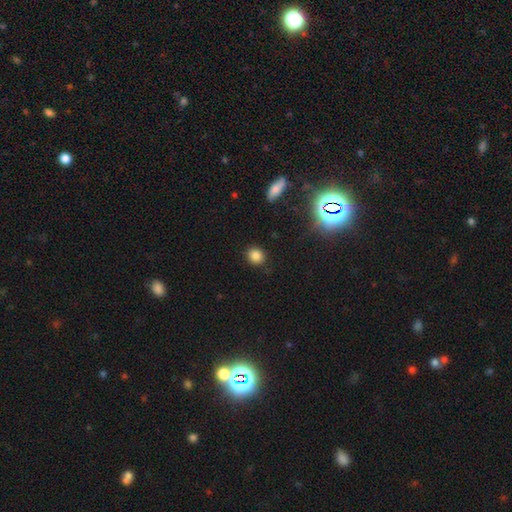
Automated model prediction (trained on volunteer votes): Smooth or featured: smooth — 82% (star or artifact — 13%)
How rounded: round — 78% (in between — 21%)
Merging: none — 87% (minor disturbance — 9%)